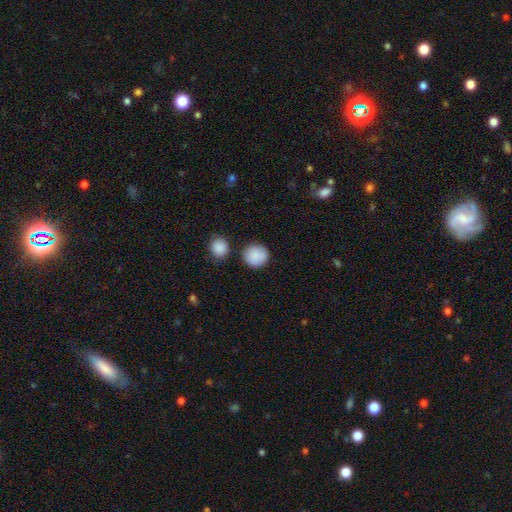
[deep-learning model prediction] Overall: smooth (88%). How rounded: round (91%). Merging: none (81%).